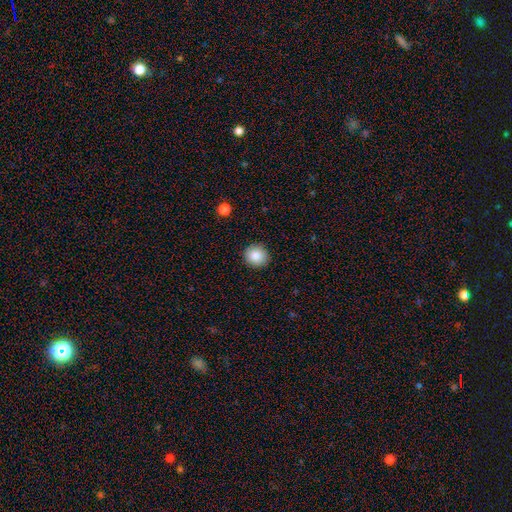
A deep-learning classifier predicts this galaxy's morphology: smooth 84%, star or artifact 9%, featured or disk 7%. Down the decision tree: how rounded — round (87%); merging — none (91%).